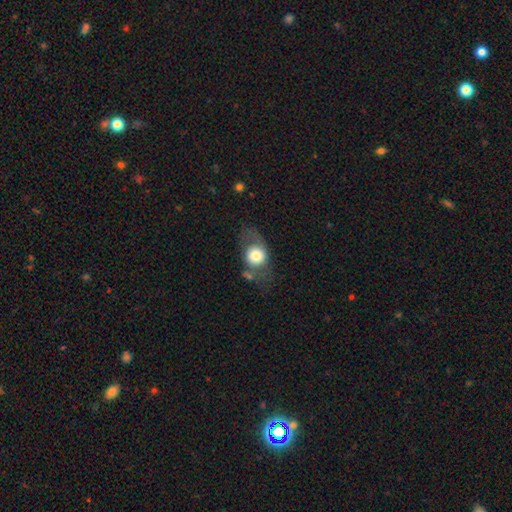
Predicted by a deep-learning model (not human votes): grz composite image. It shows a smooth galaxy with no disk features (60%) that is round (54%). Merging: none (56%).